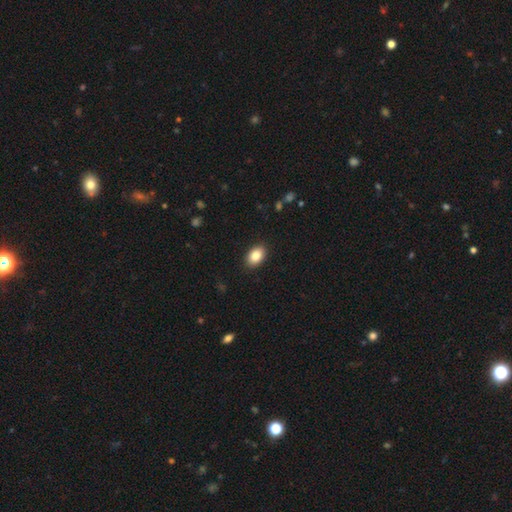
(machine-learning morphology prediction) Smooth or featured? Predicted: smooth (p=0.86). How rounded? Predicted: in between (p=0.87). Merging? Predicted: none (p=0.90).